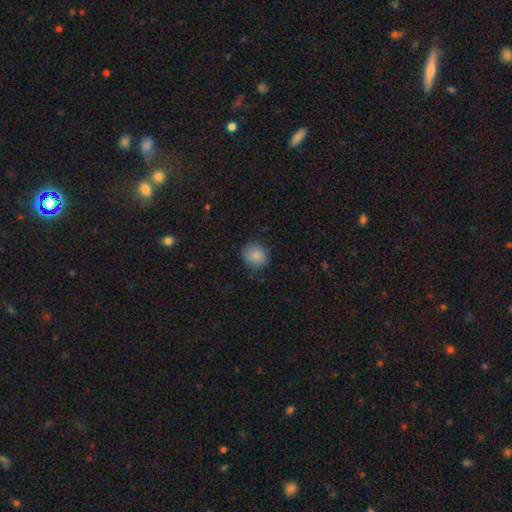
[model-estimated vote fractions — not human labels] Morphology: type=smooth (85%); roundness=round (78%); merging=none (82%).